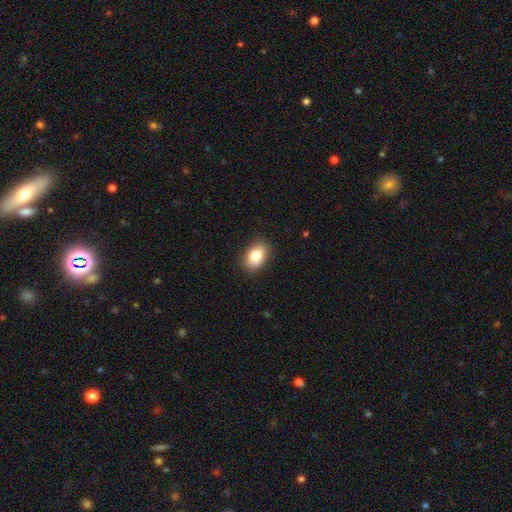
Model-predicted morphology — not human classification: smooth 83%, featured or disk 8%, star or artifact 8%. Down the decision tree: how rounded — in between (83%); merging — none (87%).